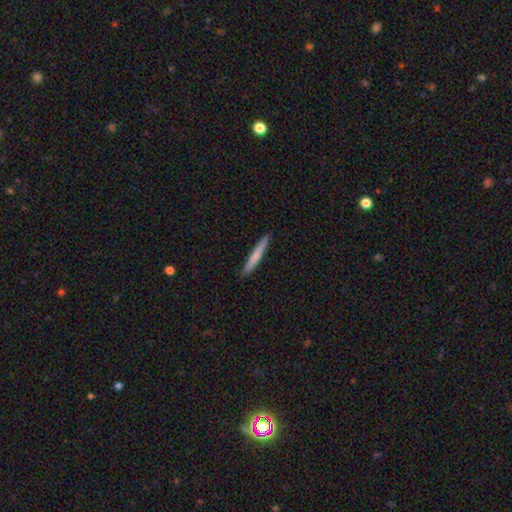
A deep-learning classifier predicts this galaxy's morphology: Overall: smooth (72%). How rounded: cigar-shaped (96%). Merging: none (91%).